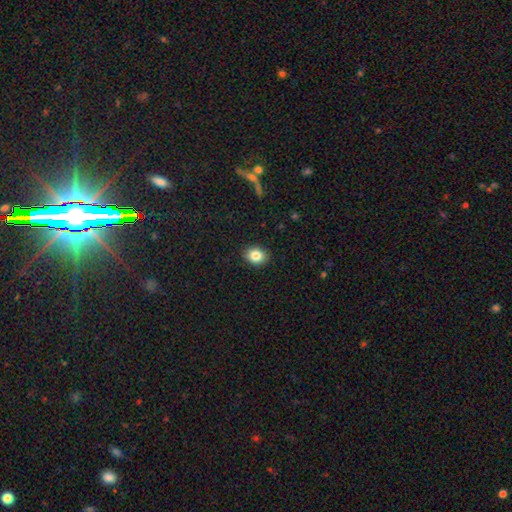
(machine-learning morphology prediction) Smooth or featured: smooth — 84% (star or artifact — 9%)
How rounded: in between — 52% (round — 47%)
Merging: none — 90% (minor disturbance — 7%)